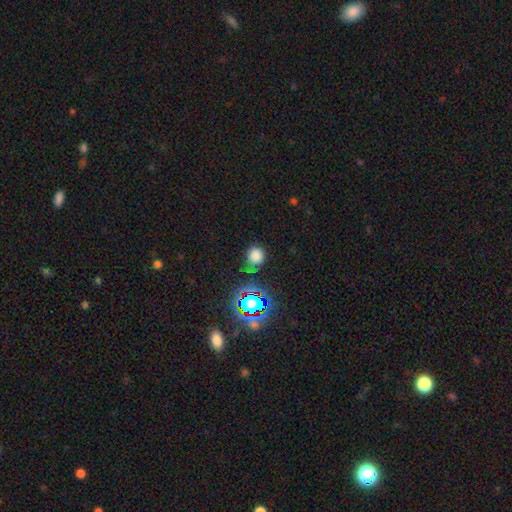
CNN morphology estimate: The model was most divided on "smooth or featured": smooth: 74%, star or artifact: 21%, featured or disk: 5%. More confident: how rounded — round (79%); merging — none (73%).